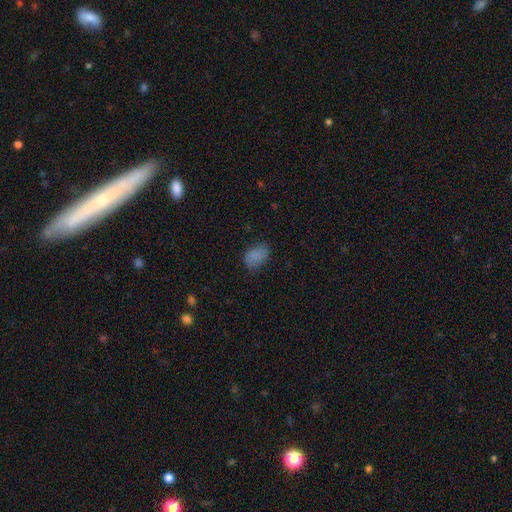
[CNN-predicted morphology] Overall: smooth (80%). How rounded: in between (87%). Merging: none (70%).